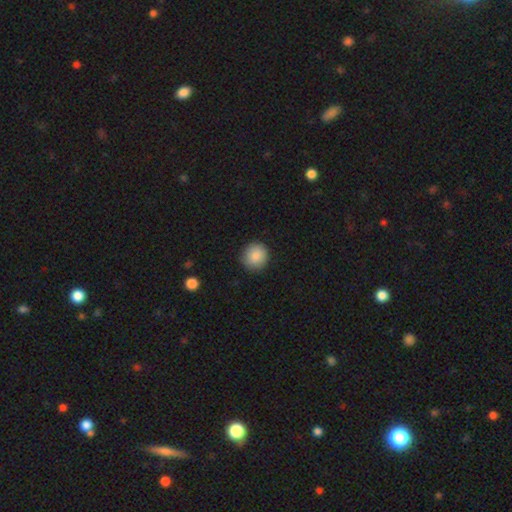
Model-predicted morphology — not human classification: This is clearly a smooth galaxy (87%). How rounded: clearly round (92%). Merging: clearly none (88%).